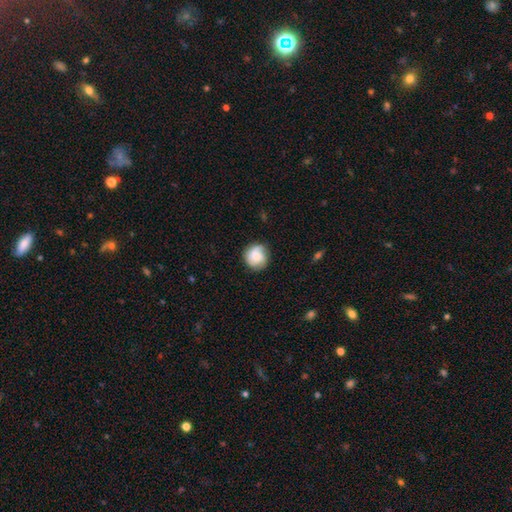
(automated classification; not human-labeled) Smooth or featured? smooth (54%)
How rounded? round (87%)
Merging? none (77%)